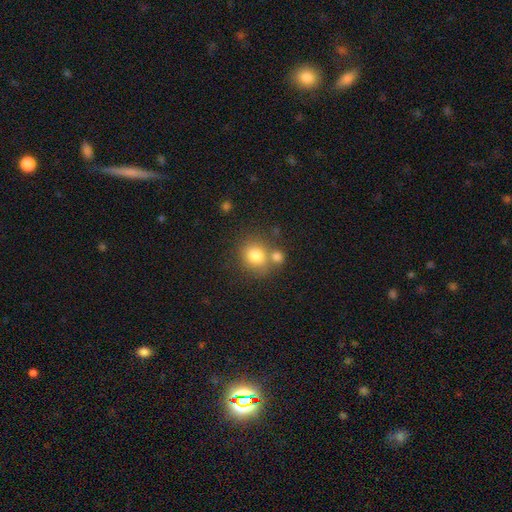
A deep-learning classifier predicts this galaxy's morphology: type=smooth (79%); roundness=round (75%); merging=none (56%).